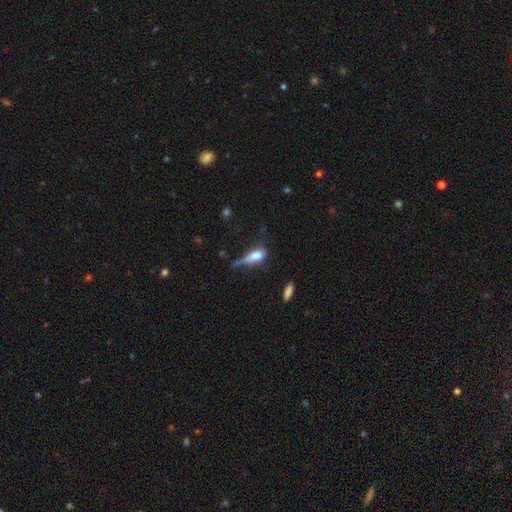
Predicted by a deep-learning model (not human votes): smooth_or_featured: smooth (p=0.64) [alt: featured or disk p=0.25]
how_rounded: in between (p=0.67) [alt: cigar-shaped p=0.23]
merging: major disturbance (p=0.39) [alt: minor disturbance p=0.29]